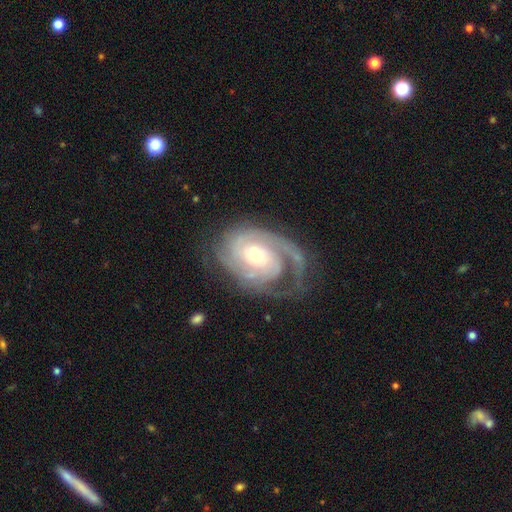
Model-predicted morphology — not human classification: Smooth or featured?
  - featured or disk: 89% *
  - smooth: 7%
  - star or artifact: 4%
Edge-on disk?
  - no: 97% *
  - yes: 3%
Bar?
  - no: 64% *
  - weak: 28%
  - strong: 8%
Spiral arms?
  - yes: 97% *
  - no: 3%
Spiral winding?
  - tight: 61% *
  - medium: 31%
  - loose: 8%
Spiral arm count?
  - 2: 37% *
  - 3: 21%
  - can't tell: 19%
  - 1: 14%
  - 4: 5%
  - more than 4: 4%
Bulge size?
  - moderate: 51% *
  - small: 43%
  - large: 4%
  - none: 1%
  - dominant: 1%
Merging?
  - none: 62% *
  - minor disturbance: 20%
  - major disturbance: 16%
  - merger: 2%